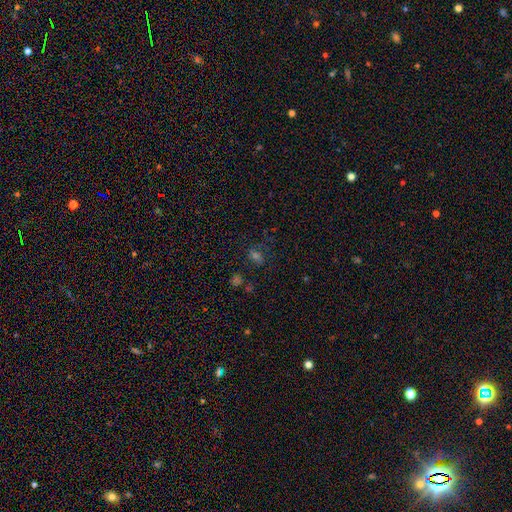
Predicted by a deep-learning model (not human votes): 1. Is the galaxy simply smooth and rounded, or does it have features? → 47% smooth, 39% star or artifact, 14% featured or disk.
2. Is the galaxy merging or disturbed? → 64% none, 18% minor disturbance, 12% major disturbance, 6% merger.